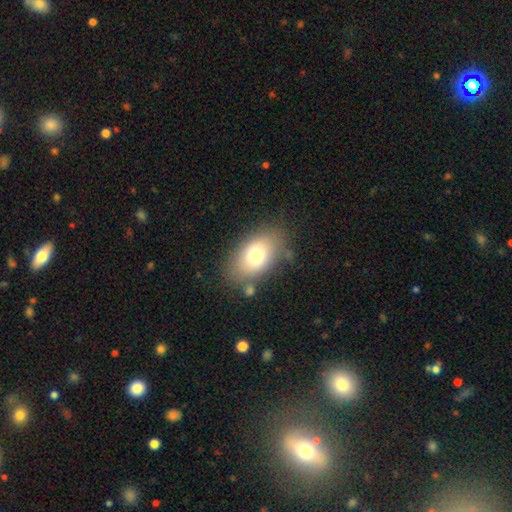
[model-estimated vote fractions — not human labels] Smooth or featured? Predicted: smooth (p=0.74). How rounded? Predicted: in between (p=0.88). Merging? Predicted: none (p=0.75).